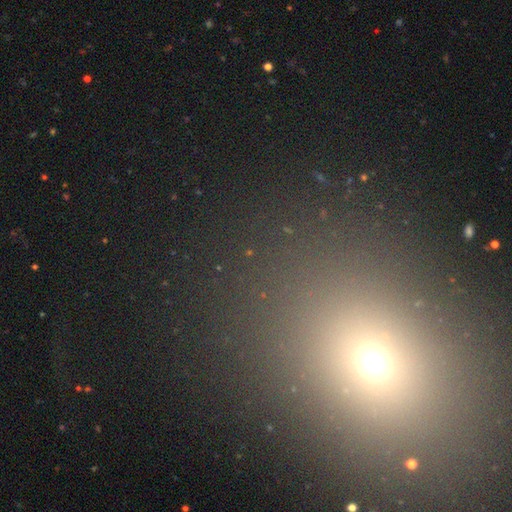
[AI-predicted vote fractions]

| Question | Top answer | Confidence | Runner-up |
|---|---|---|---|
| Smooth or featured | smooth | 46% | star or artifact (44%) |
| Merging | none | 84% | minor disturbance (7%) |